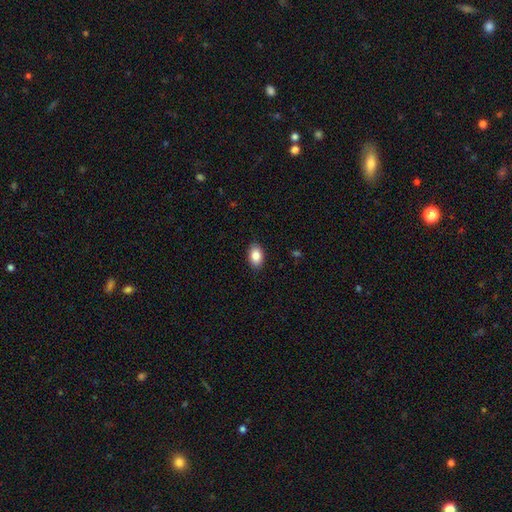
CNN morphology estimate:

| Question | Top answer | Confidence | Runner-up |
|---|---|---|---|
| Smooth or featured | smooth | 86% | star or artifact (7%) |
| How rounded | in between | 90% | round (8%) |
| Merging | none | 89% | minor disturbance (8%) |